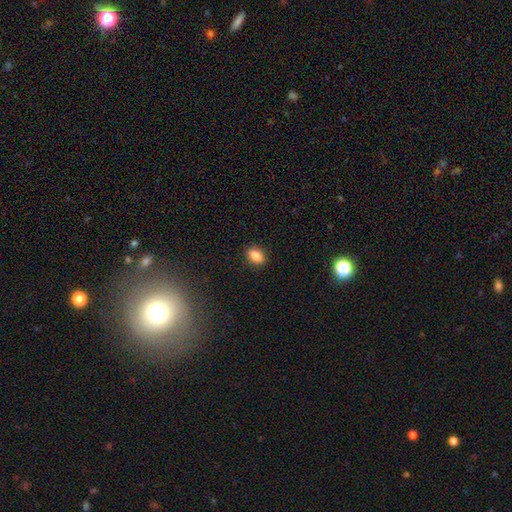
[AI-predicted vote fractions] smooth 85%, star or artifact 9%, featured or disk 7%. Down the decision tree: how rounded — in between (83%); merging — none (88%).